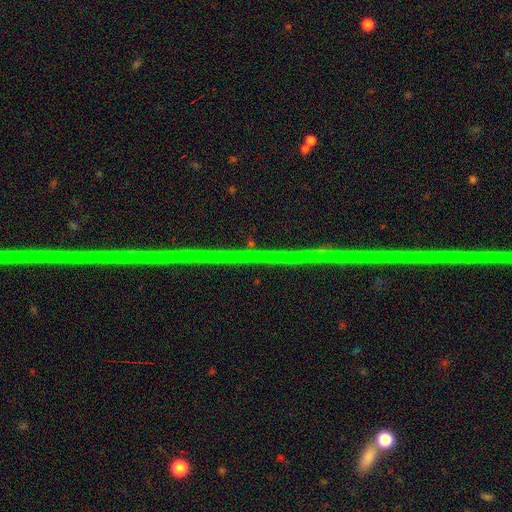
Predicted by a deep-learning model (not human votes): Smooth or featured? Predicted: star or artifact (p=0.80).